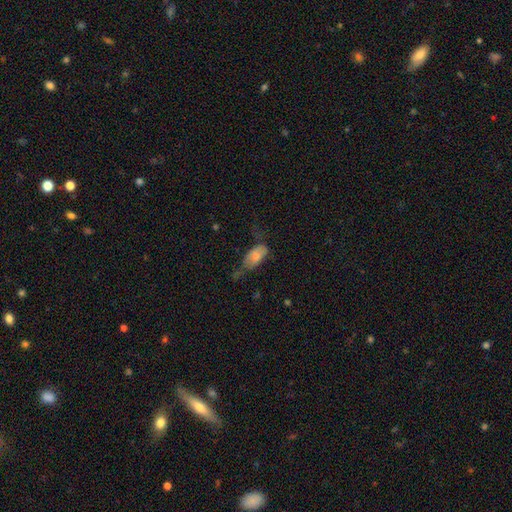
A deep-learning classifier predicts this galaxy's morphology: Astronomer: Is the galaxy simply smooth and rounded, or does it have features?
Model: smooth — 71%.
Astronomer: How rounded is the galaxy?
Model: in between — 89%.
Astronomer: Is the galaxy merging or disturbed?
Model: minor disturbance — 37% (runner-up: major disturbance, 30%).